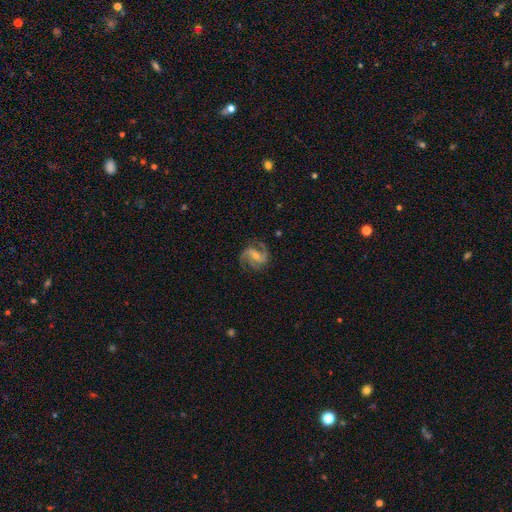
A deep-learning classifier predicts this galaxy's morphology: A featured or disk galaxy (89%) with a weak bar (47%), 2 (85%) medium (55%) spiral arms (98%) and a small central bulge (55%).

Vote fractions:
- Smooth or featured? featured or disk: 89% / star or artifact: 6% / smooth: 5%
- Edge-on disk? no: 98% / yes: 2%
- Bar? weak: 47% / strong: 32% / no: 21%
- Spiral arms? yes: 98% / no: 2%
- Spiral winding? medium: 55% / loose: 27% / tight: 17%
- Spiral arm count? 2: 85% / 3: 7% / can't tell: 3% / 1: 2% / 4: 2% / more than 4: 2%
- Bulge size? small: 55% / moderate: 37% / none: 5% / large: 2% / dominant: 1%
- Merging? none: 80% / minor disturbance: 13% / major disturbance: 6% / merger: 1%